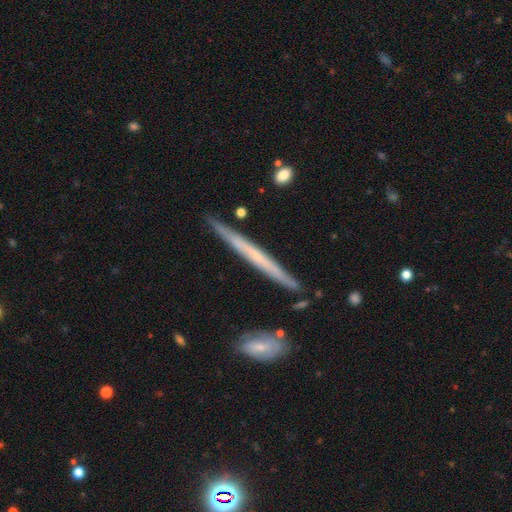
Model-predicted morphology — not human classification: A featured or disk galaxy (57%) viewed edge-on (96%) with no central bulge (81%).

Vote fractions:
- Smooth or featured? featured or disk: 57% / smooth: 36% / star or artifact: 6%
- Edge-on disk? yes: 96% / no: 4%
- Edge-on bulge? none: 81% / rounded: 15% / boxy: 4%
- Merging? none: 87% / minor disturbance: 9% / merger: 2% / major disturbance: 2%